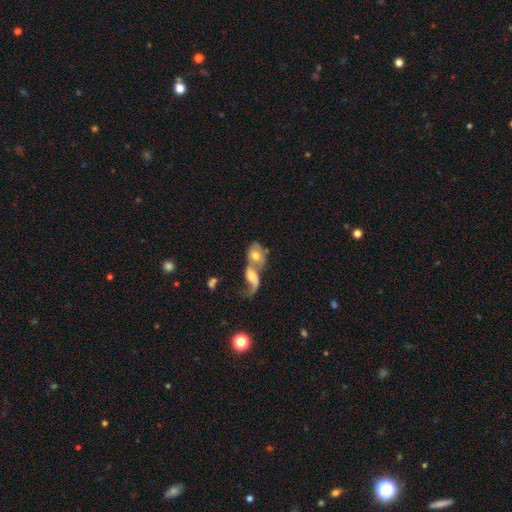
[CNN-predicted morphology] This is possibly a featured or disk galaxy (46%, tied with smooth). Merging: likely merger (77%).